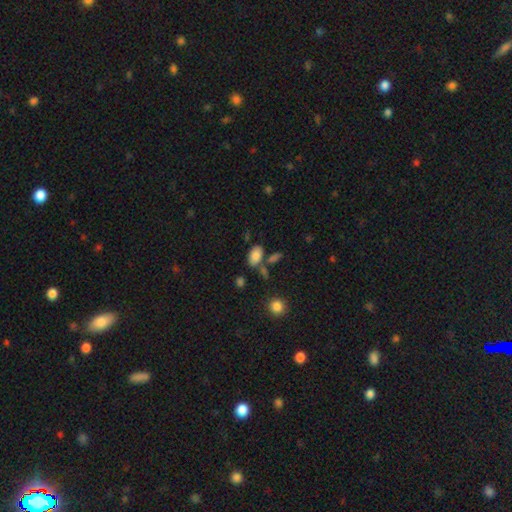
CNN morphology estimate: The model was most divided on "merging": none: 64%, merger: 17%, minor disturbance: 14%, major disturbance: 5%. More confident: how rounded — in between (91%); smooth or featured — smooth (82%).